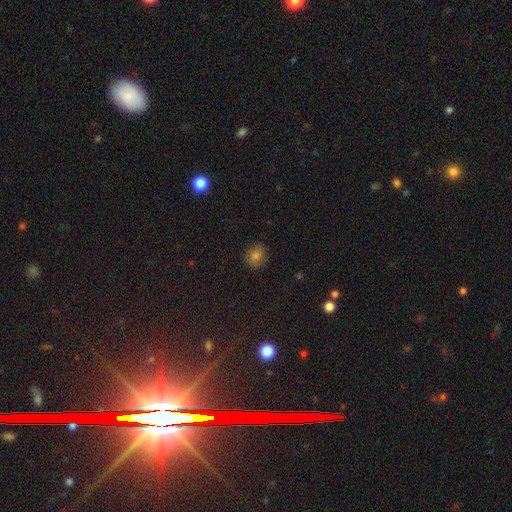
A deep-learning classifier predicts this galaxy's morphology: A smooth galaxy with no disk features (72%) that is round (83%).

Vote fractions:
- Smooth or featured? smooth: 72% / star or artifact: 17% / featured or disk: 11%
- How rounded? round: 83% / in between: 16% / cigar-shaped: 1%
- Merging? none: 87% / minor disturbance: 9% / major disturbance: 2% / merger: 1%